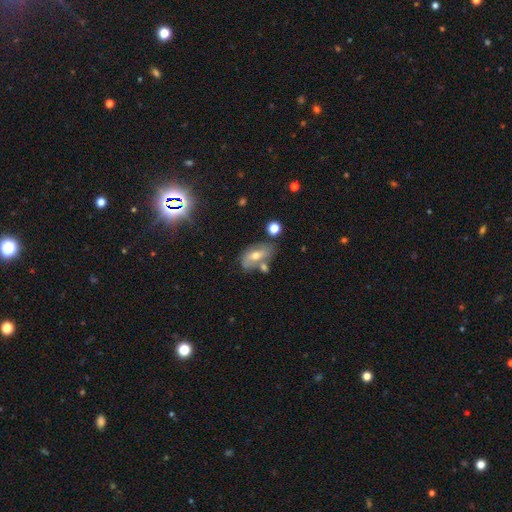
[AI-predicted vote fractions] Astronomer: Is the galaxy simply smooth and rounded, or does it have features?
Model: smooth — 50% (runner-up: featured or disk, 41%).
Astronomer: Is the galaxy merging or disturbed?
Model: none — 54%.